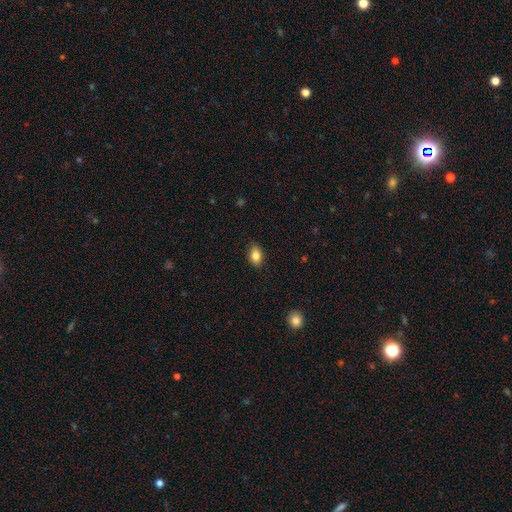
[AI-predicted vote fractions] smooth-or-featured: smooth: 85% | star or artifact: 8% | featured or disk: 7%
  how-rounded: in between: 85% | round: 13% | cigar-shaped: 2%
  merging: none: 84% | minor disturbance: 13% | major disturbance: 2% | merger: 1%